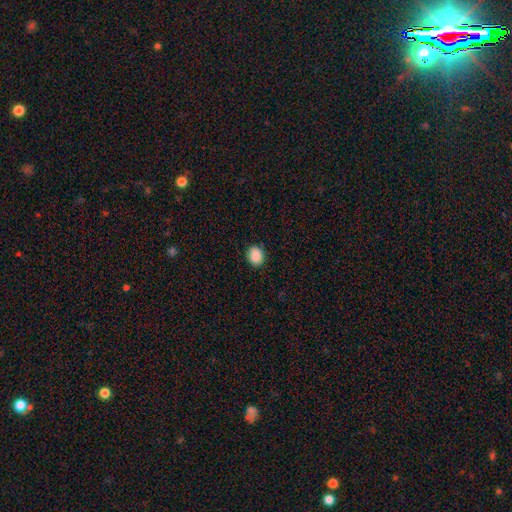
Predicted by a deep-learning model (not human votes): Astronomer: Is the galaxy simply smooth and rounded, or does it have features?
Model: smooth — 89%.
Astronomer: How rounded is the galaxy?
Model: round — 51% (runner-up: in between, 48%).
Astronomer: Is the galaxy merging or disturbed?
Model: none — 87%.